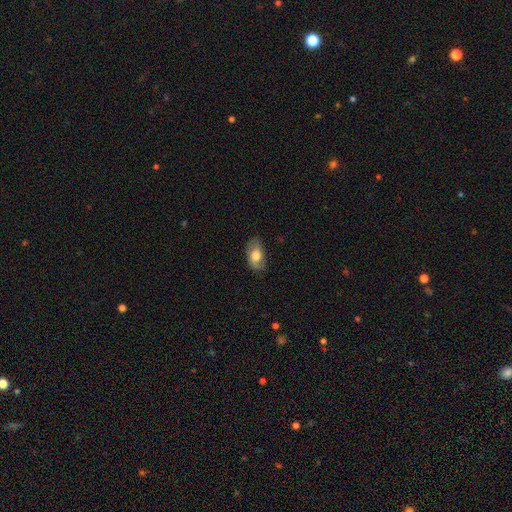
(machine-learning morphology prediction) Smooth or featured?
  - smooth: 64% *
  - featured or disk: 29%
  - star or artifact: 7%
How rounded?
  - in between: 90% *
  - round: 8%
  - cigar-shaped: 2%
Merging?
  - none: 74% *
  - minor disturbance: 20%
  - major disturbance: 5%
  - merger: 1%